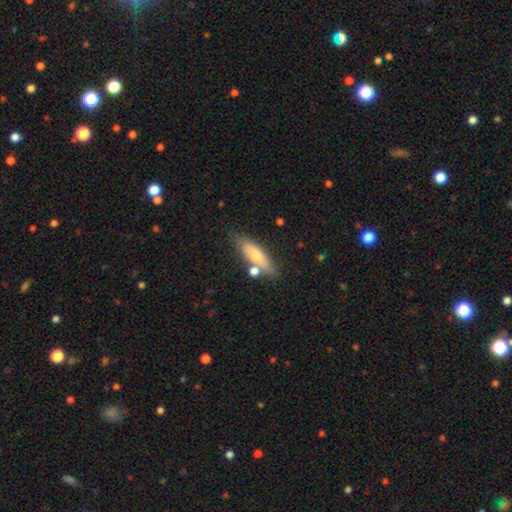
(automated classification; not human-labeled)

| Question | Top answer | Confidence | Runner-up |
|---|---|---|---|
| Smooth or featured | smooth | 66% | featured or disk (27%) |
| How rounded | cigar-shaped | 49% | tied: in between (49%) |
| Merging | none | 68% | minor disturbance (16%) |